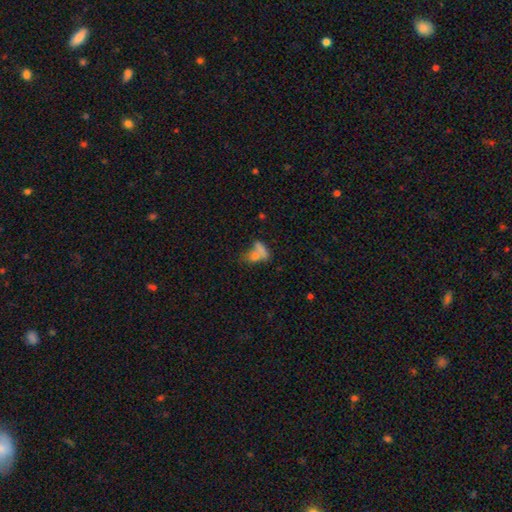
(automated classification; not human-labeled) Morphology: type=smooth (61%); roundness=in between (67%); merging=merger (47%).